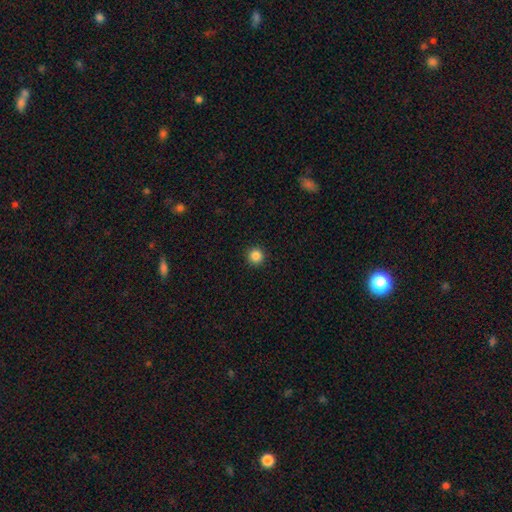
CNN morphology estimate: type=smooth (86%); roundness=round (96%); merging=none (93%).